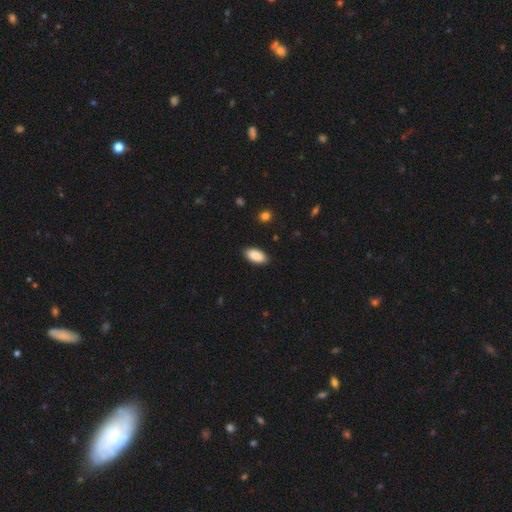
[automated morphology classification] Overall: smooth (89%). How rounded: in between (92%). Merging: none (88%).